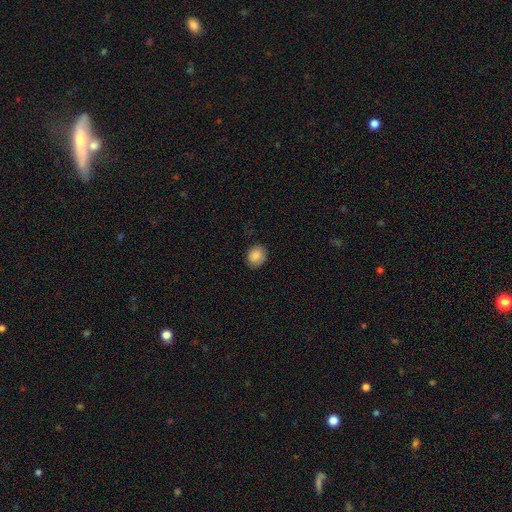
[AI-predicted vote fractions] This is clearly a smooth galaxy (86%). How rounded: possibly round (58%). Merging: clearly none (82%).